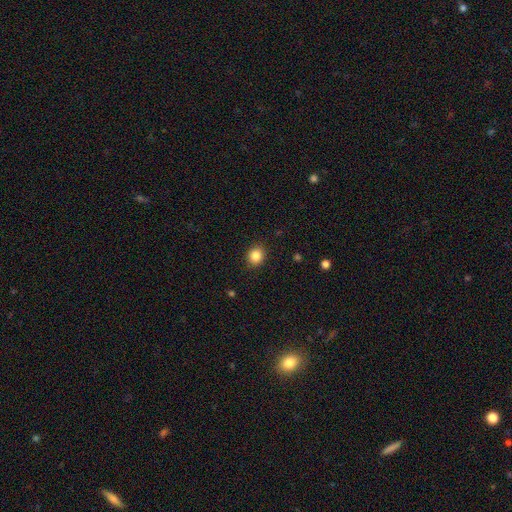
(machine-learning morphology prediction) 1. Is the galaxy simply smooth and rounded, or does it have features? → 85% smooth, 10% star or artifact, 5% featured or disk.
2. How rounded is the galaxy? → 75% round, 24% in between, 1% cigar-shaped.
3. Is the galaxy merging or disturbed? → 90% none, 7% minor disturbance, 2% major disturbance, 1% merger.